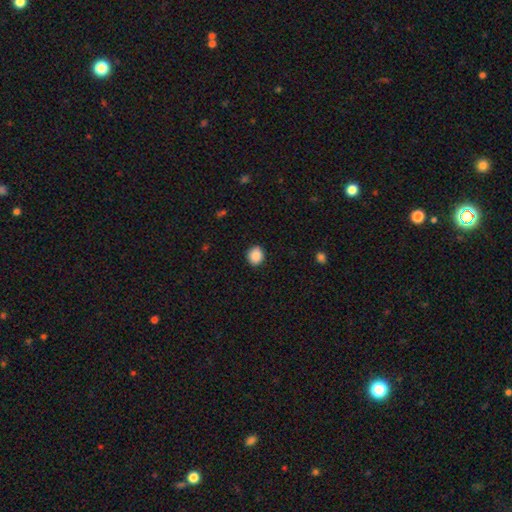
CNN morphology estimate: A smooth galaxy with no disk features (89%) that is round (73%). Merging: none (90%).